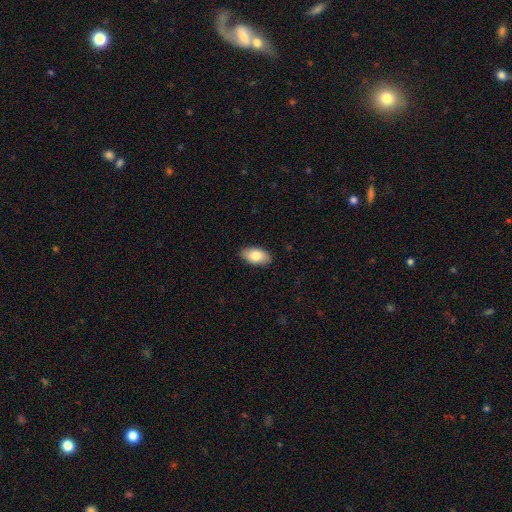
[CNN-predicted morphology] smooth-or-featured: smooth: 82% | featured or disk: 12% | star or artifact: 6%
  how-rounded: in between: 95% | round: 3% | cigar-shaped: 2%
  merging: none: 89% | minor disturbance: 9% | major disturbance: 2% | merger: 1%